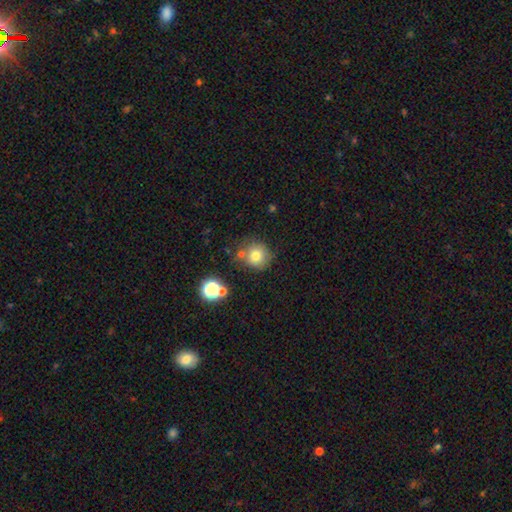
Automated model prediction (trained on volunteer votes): Smooth or featured? Predicted: smooth (p=0.76). How rounded? Predicted: round (p=0.91). Merging? Predicted: none (p=0.69).